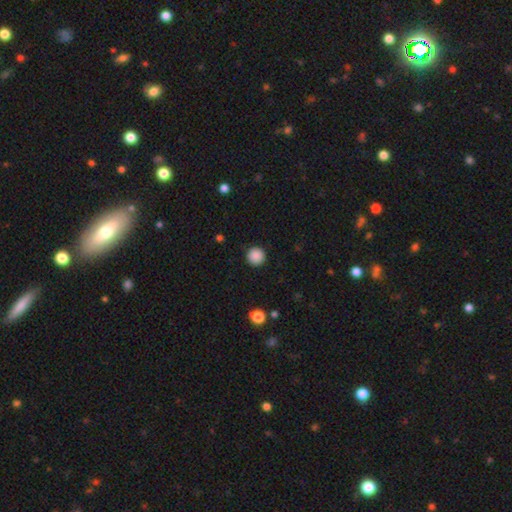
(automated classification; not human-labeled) Smooth or featured? Predicted: smooth (p=0.88). How rounded? Predicted: round (p=0.96). Merging? Predicted: none (p=0.92).